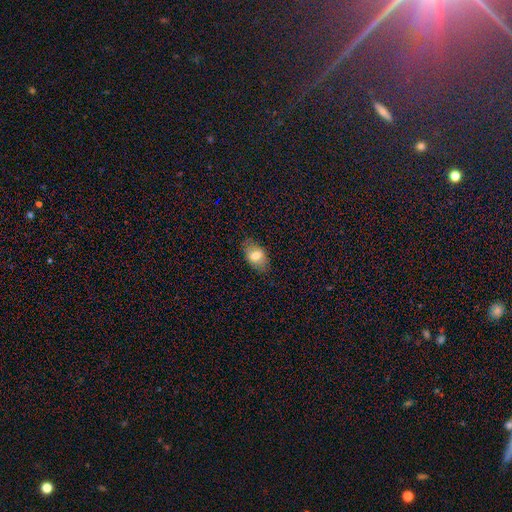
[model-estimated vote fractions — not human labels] Q: Smooth or featured?
A: smooth (69%); runner-up: featured or disk (22%)
Q: How rounded?
A: in between (88%); runner-up: round (10%)
Q: Merging?
A: none (78%); runner-up: minor disturbance (16%)